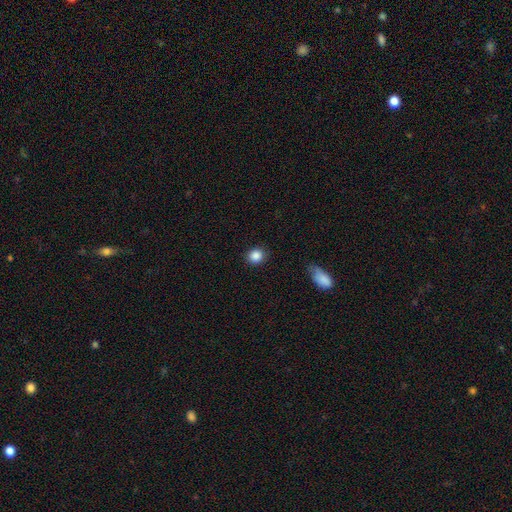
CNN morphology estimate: This appears to be a smooth galaxy with no disk features (87%) that is round (82%). Merging: none (88%).